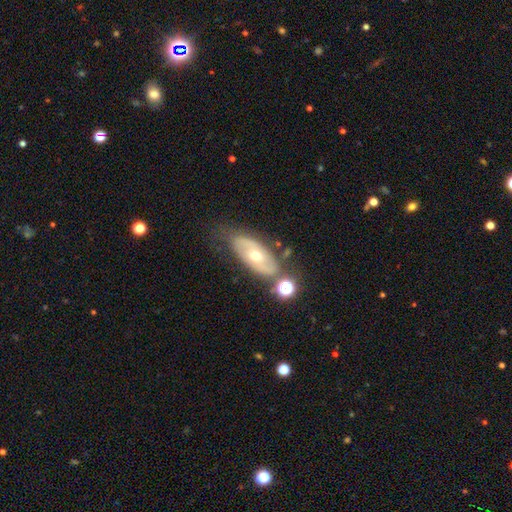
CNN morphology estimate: type=featured or disk (62%); edge-on=no (87%); bar=no (76%); spiral arms=no (50%, tied with yes); bulge=moderate (65%); merging=none (63%).